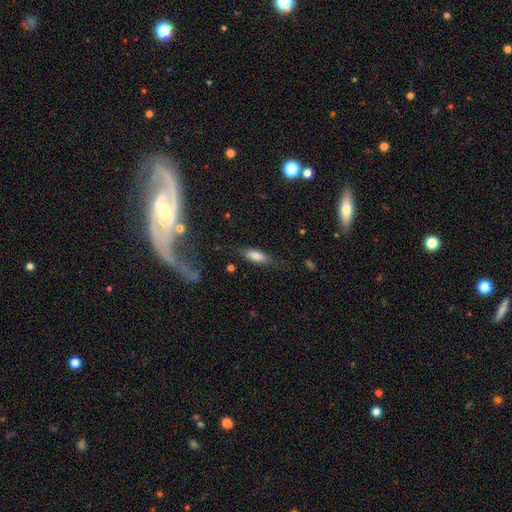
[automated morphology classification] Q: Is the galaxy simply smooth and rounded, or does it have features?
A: smooth — 75%.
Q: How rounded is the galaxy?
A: in between — 60%.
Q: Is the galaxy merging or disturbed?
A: none — 74%.